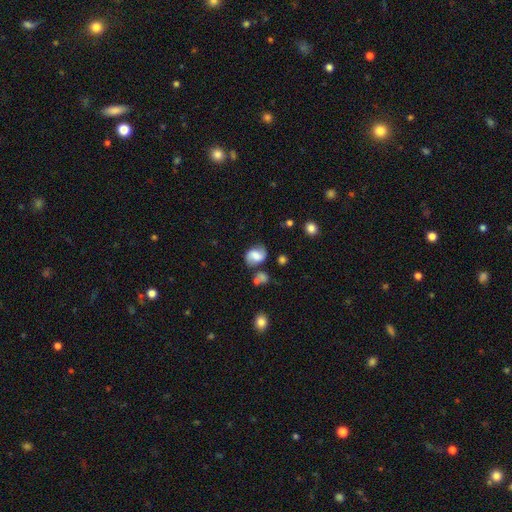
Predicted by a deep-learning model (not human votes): This appears to be a featured or disk galaxy (48%). Merging: none (63%).